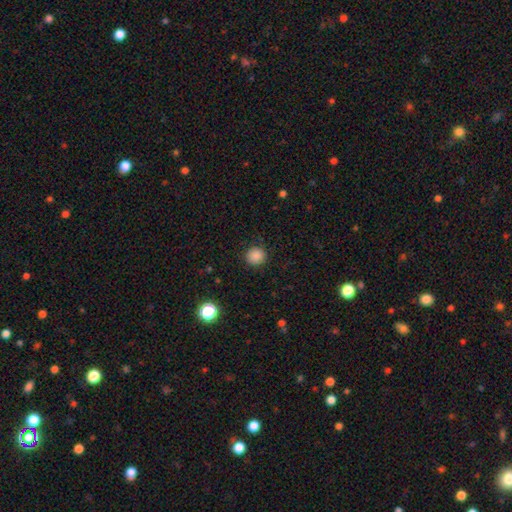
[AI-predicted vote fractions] Smooth or featured?
  - smooth: 87% *
  - star or artifact: 11%
  - featured or disk: 3%
How rounded?
  - round: 91% *
  - in between: 8%
  - cigar-shaped: 1%
Merging?
  - none: 89% *
  - minor disturbance: 7%
  - major disturbance: 2%
  - merger: 1%